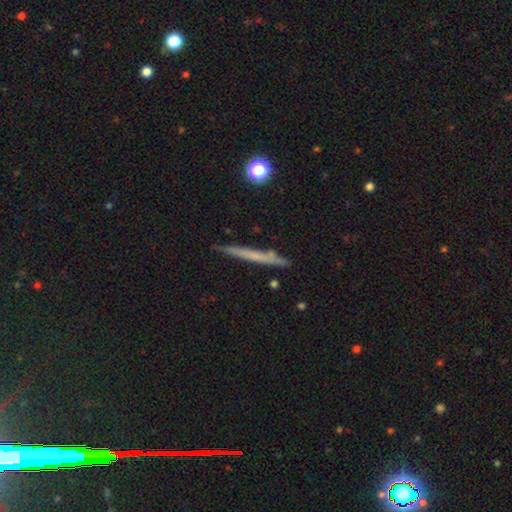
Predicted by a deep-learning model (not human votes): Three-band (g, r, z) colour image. It shows a smooth galaxy with no disk features (51%) that is cigar-shaped (96%). Merging: none (86%).